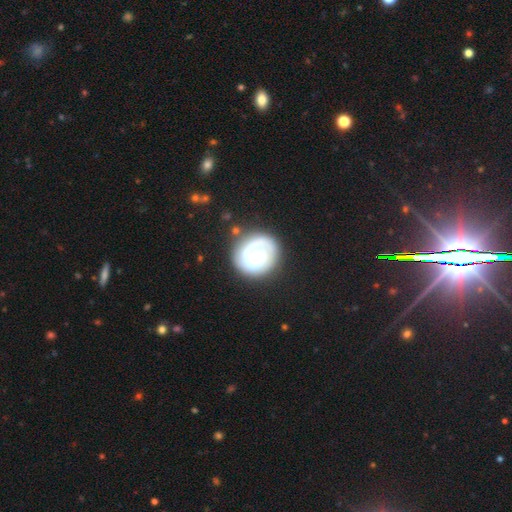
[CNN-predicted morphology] smooth_or_featured: featured or disk (p=0.58) [alt: smooth p=0.34]
disk_edge_on: no (p=0.98) [alt: yes p=0.02]
bar: no (p=0.65) [alt: weak p=0.24]
has_spiral_arms: yes (p=0.69) [alt: no p=0.31]
bulge_size: large (p=0.47) [alt: moderate p=0.24]
merging: none (p=0.67) [alt: minor disturbance p=0.19]